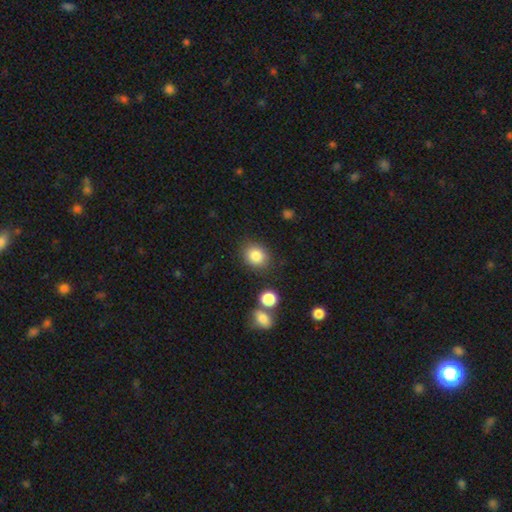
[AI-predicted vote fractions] Smooth or featured? Predicted: smooth (p=0.85). How rounded? Predicted: round (p=0.62). Merging? Predicted: none (p=0.81).